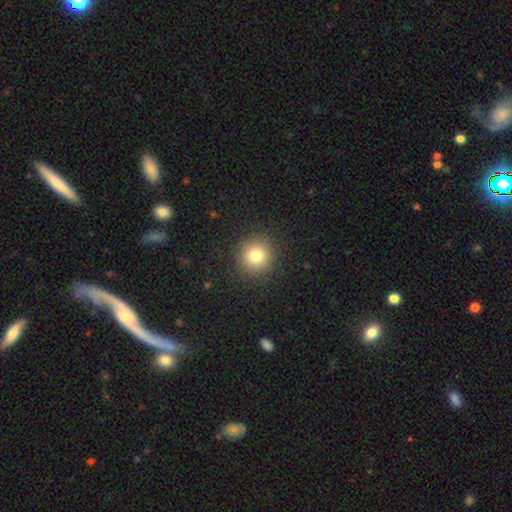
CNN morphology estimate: smooth-or-featured: smooth: 79% | star or artifact: 13% | featured or disk: 9%
  how-rounded: round: 93% | in between: 6% | cigar-shaped: 1%
  merging: none: 90% | minor disturbance: 6% | major disturbance: 3% | merger: 1%